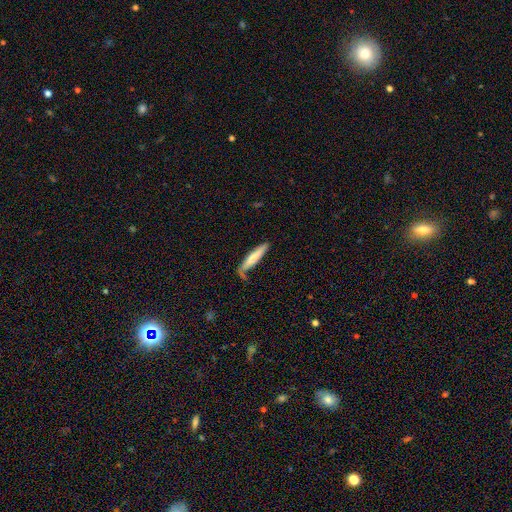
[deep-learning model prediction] Smooth or featured: smooth — 65% (featured or disk — 29%)
How rounded: cigar-shaped — 90% (in between — 9%)
Merging: none — 66% (minor disturbance — 22%)